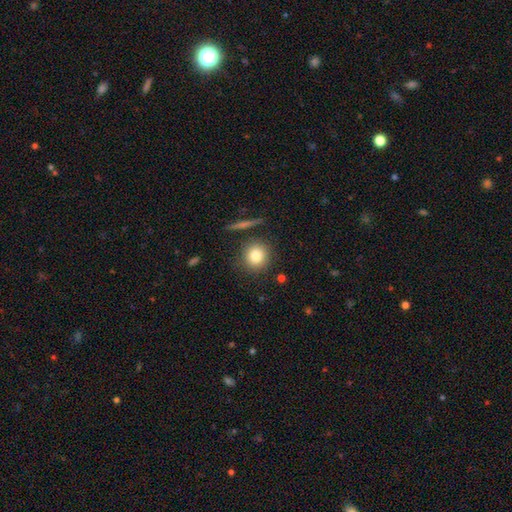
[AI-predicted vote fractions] This appears to be a smooth galaxy with no disk features (81%) that is round (89%). Merging: none (85%).